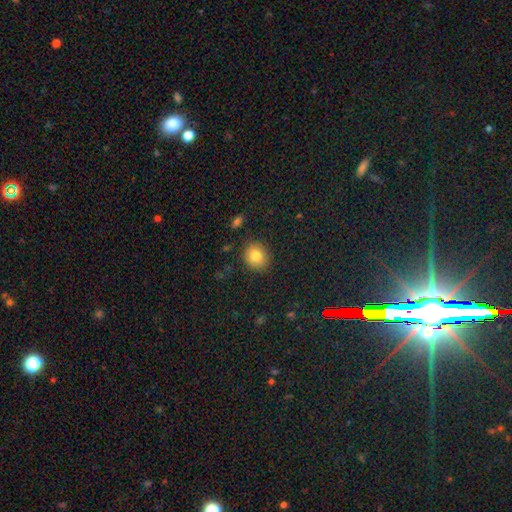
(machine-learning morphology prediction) Smooth or featured: smooth — 81% (star or artifact — 11%)
How rounded: round — 74% (in between — 25%)
Merging: none — 87% (minor disturbance — 9%)